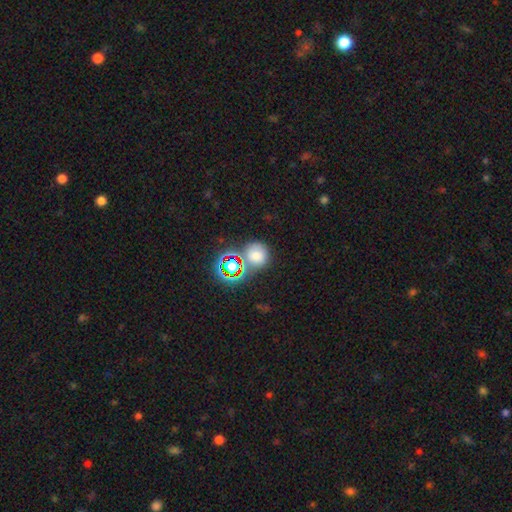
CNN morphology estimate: This appears to be a smooth galaxy with no disk features (62%) that is round (84%). Merging: none (65%).